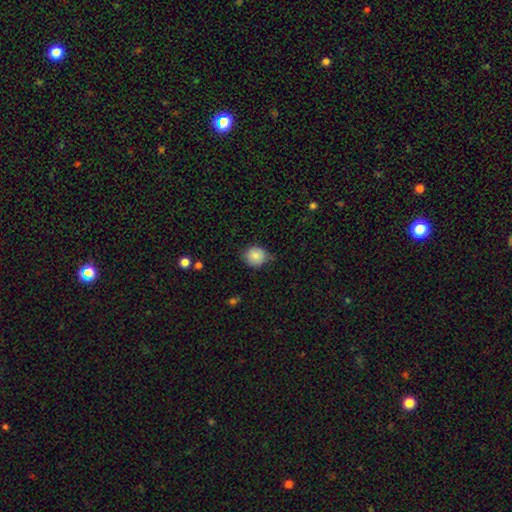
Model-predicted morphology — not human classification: This appears to be a smooth galaxy with no disk features (85%) that is round (86%). Merging: none (70%).